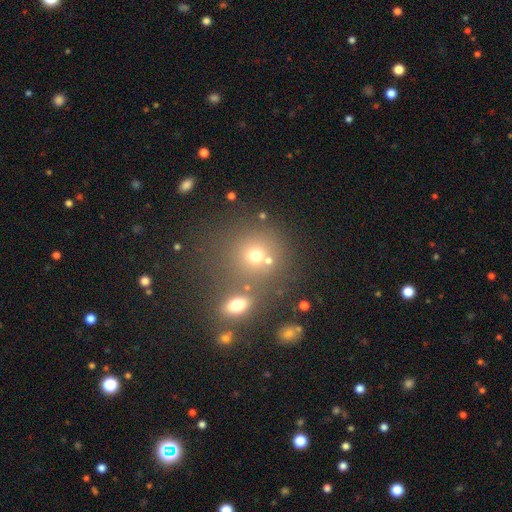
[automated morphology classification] A smooth galaxy with no disk features (69%) that is round (84%).

Vote fractions:
- Smooth or featured? smooth: 69% / star or artifact: 19% / featured or disk: 12%
- How rounded? round: 84% / in between: 15% / cigar-shaped: 1%
- Merging? none: 60% / merger: 25% / minor disturbance: 9% / major disturbance: 5%